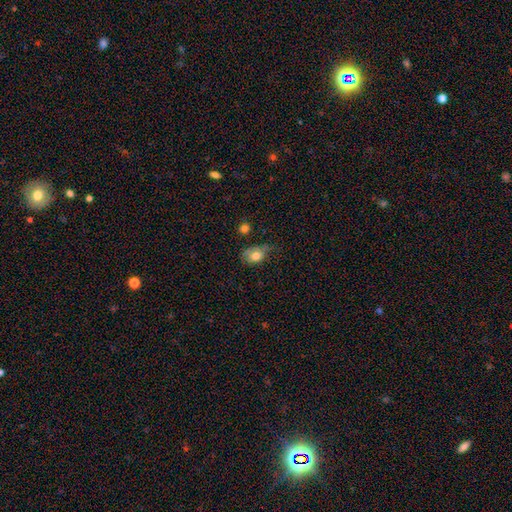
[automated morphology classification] Smooth or featured?
  - smooth: 76% *
  - featured or disk: 16%
  - star or artifact: 9%
How rounded?
  - in between: 78% *
  - round: 20%
  - cigar-shaped: 2%
Merging?
  - minor disturbance: 39% *
  - none: 38%
  - major disturbance: 19%
  - merger: 4%